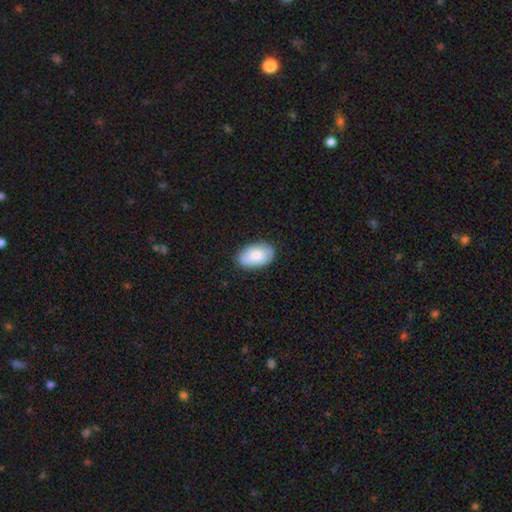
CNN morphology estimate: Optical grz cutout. It shows a smooth galaxy with no disk features (74%) that is in between round and cigar-shaped (92%). Merging: none (77%).